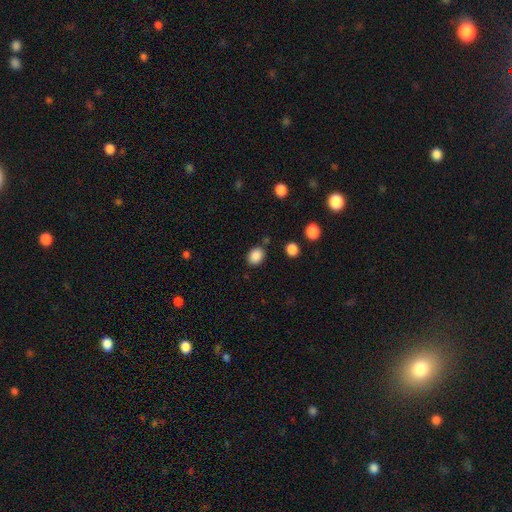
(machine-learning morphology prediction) type=smooth (88%); roundness=in between (58%); merging=none (81%).